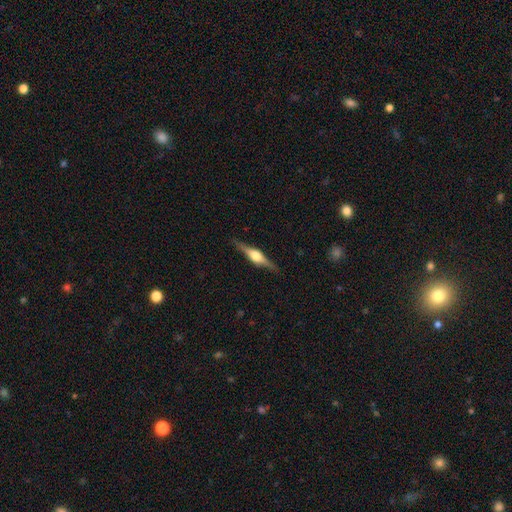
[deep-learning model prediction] Q: Smooth or featured?
A: featured or disk (79%); runner-up: smooth (16%)
Q: Edge-on disk?
A: yes (98%); runner-up: no (2%)
Q: Edge-on bulge?
A: rounded (90%); runner-up: boxy (8%)
Q: Merging?
A: none (89%); runner-up: minor disturbance (8%)